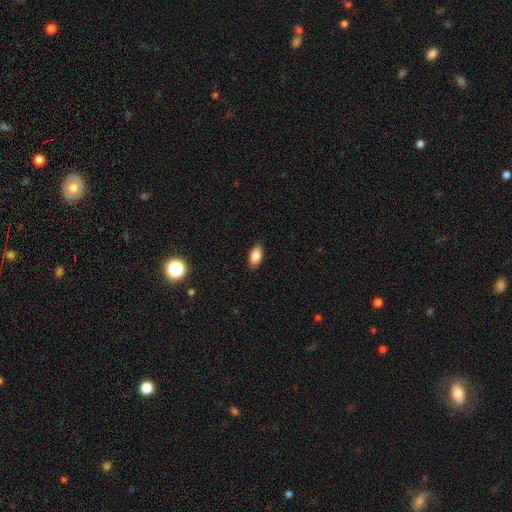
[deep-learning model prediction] This appears to be a smooth galaxy with no disk features (85%) that is in between round and cigar-shaped (91%). Merging: none (88%).